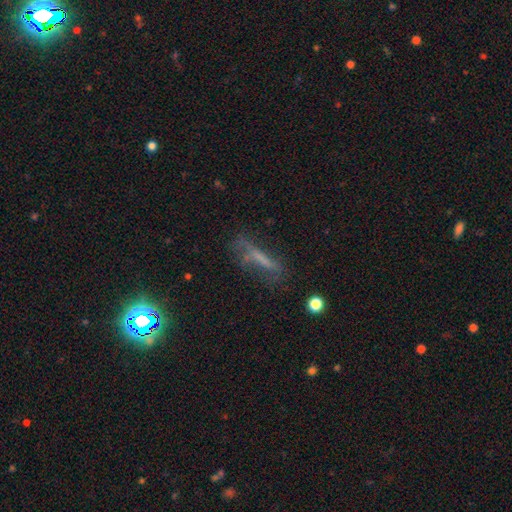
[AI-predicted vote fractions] Q: Smooth or featured?
A: featured or disk (39%); runner-up: smooth (38%)
Q: Merging?
A: none (55%); runner-up: minor disturbance (24%)